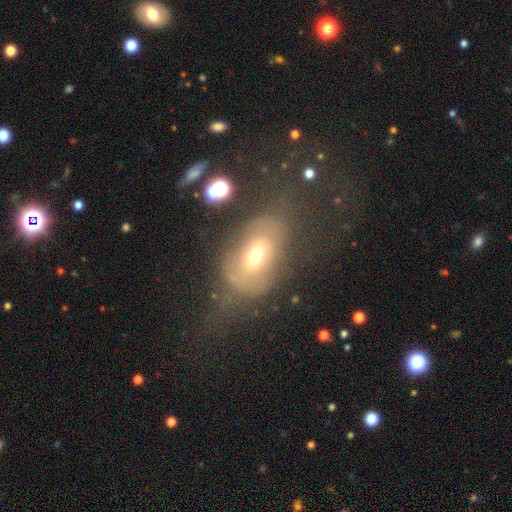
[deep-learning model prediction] smooth-or-featured: smooth: 45% | featured or disk: 42% | star or artifact: 13%
  merging: none: 37% | major disturbance: 36% | minor disturbance: 23% | merger: 4%